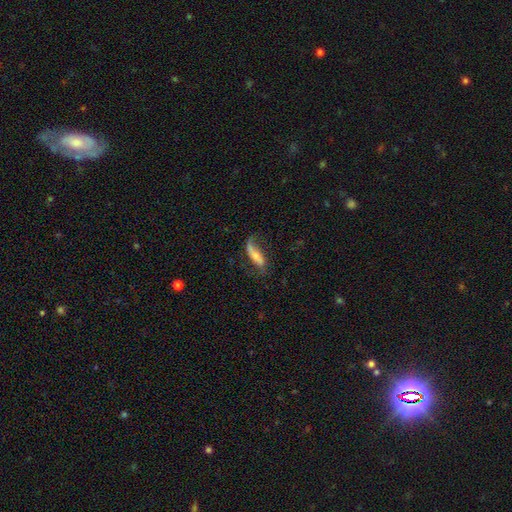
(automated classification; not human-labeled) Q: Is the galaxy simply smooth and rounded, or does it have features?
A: featured or disk — 59%.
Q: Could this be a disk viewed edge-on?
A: no — 79%.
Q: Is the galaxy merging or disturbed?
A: none — 49%.